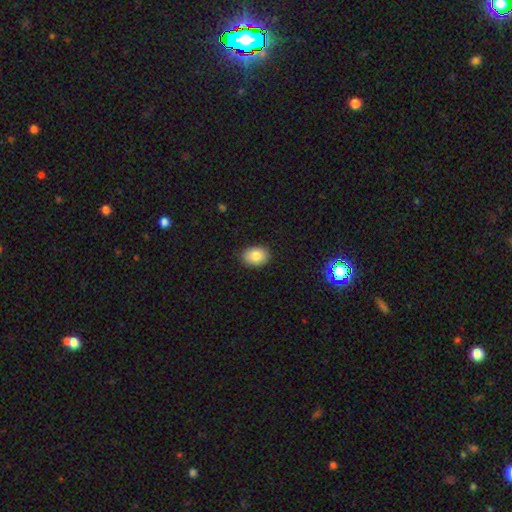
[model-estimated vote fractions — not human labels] Morphology: type=smooth (86%); roundness=in between (76%); merging=none (88%).